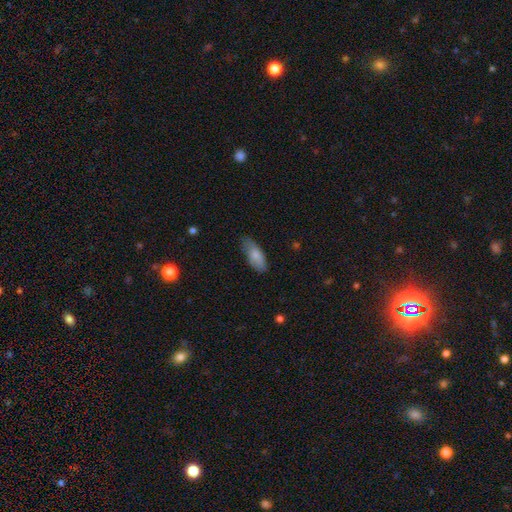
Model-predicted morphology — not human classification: type=smooth (79%); roundness=in between (77%); merging=none (68%).